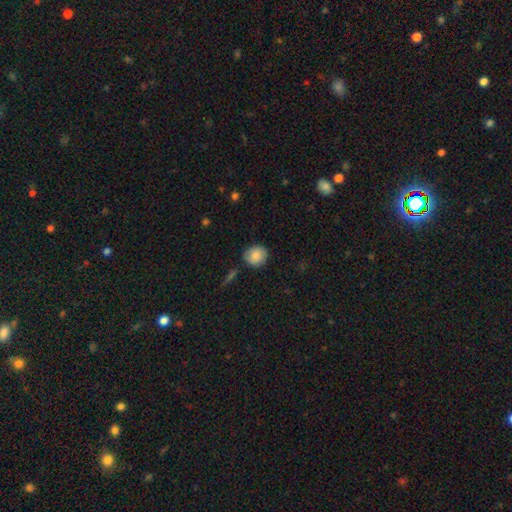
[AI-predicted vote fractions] Morphology: type=smooth (85%); roundness=round (81%); merging=none (83%).